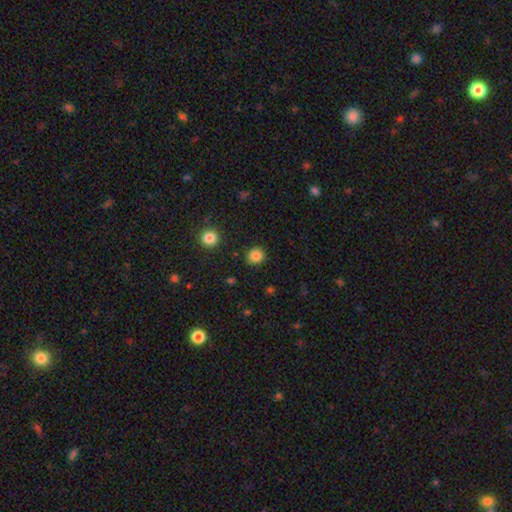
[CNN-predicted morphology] A smooth galaxy with no disk features (84%) that is round (90%). Merging: none (90%).